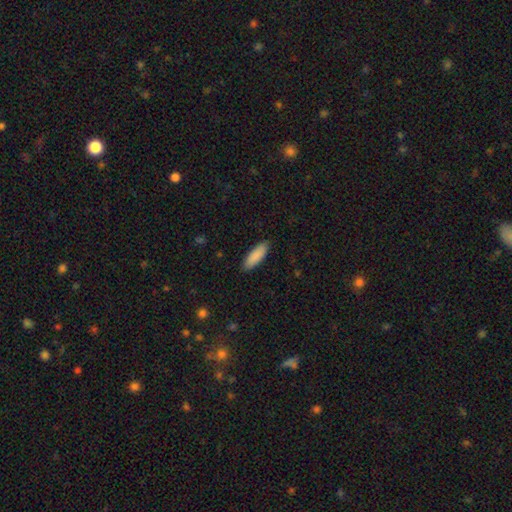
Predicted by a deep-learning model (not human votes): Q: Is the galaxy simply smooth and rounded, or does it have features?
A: smooth — 89%.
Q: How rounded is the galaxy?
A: in between — 55%.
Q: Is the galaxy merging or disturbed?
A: none — 89%.